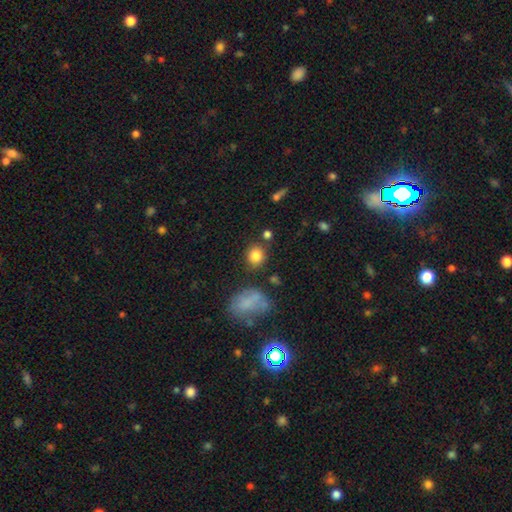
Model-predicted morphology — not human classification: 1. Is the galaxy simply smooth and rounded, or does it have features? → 83% smooth, 11% star or artifact, 6% featured or disk.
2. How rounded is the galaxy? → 79% round, 19% in between, 1% cigar-shaped.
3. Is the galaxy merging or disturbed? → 78% none, 11% minor disturbance, 7% merger, 4% major disturbance.